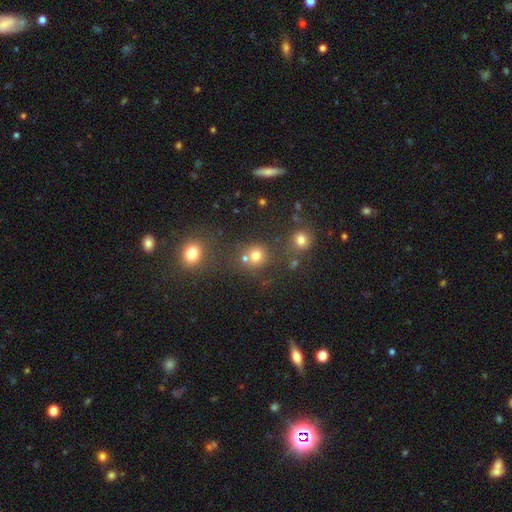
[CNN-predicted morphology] Overall: smooth (73%). How rounded: round (86%). Merging: none (65%).